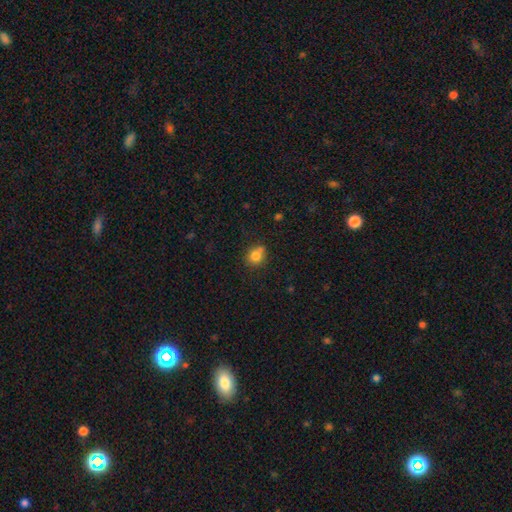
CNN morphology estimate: Smooth or featured? Predicted: smooth (p=0.81). How rounded? Predicted: round (p=0.75). Merging? Predicted: none (p=0.65).